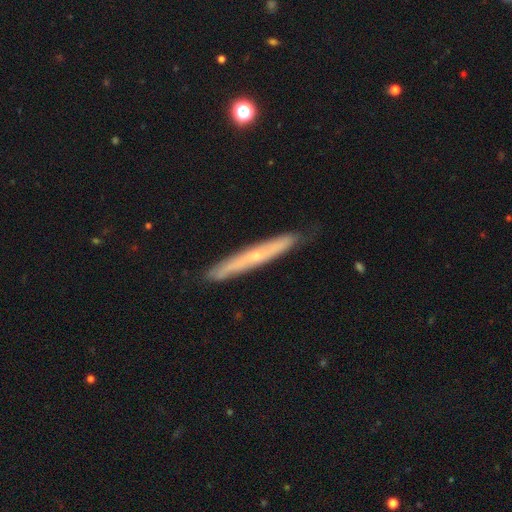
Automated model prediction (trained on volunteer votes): Smooth or featured?
  - featured or disk: 61% *
  - smooth: 32%
  - star or artifact: 6%
Edge-on disk?
  - yes: 87% *
  - no: 13%
Edge-on bulge?
  - rounded: 54% *
  - none: 44%
  - boxy: 2%
Merging?
  - none: 85% *
  - minor disturbance: 12%
  - major disturbance: 2%
  - merger: 1%